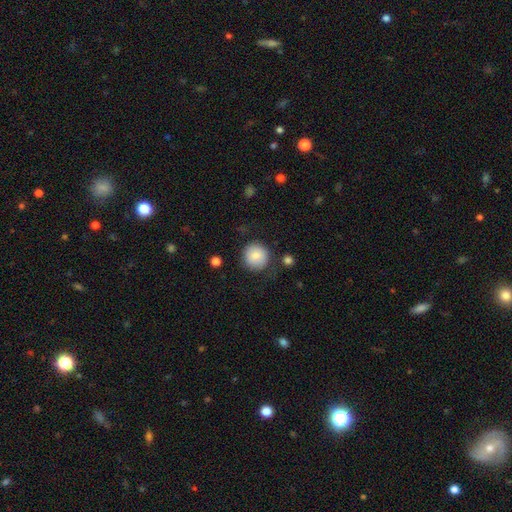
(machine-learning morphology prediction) The model was most divided on "merging": none: 82%, minor disturbance: 11%, major disturbance: 4%, merger: 2%. More confident: how rounded — round (94%); smooth or featured — smooth (83%).